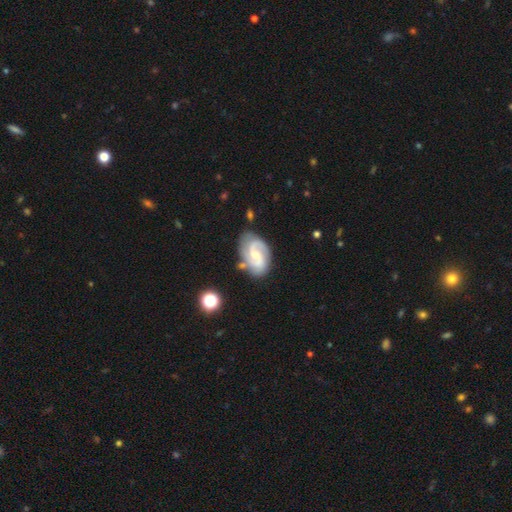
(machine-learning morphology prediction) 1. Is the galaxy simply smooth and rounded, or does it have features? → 85% featured or disk, 10% smooth, 5% star or artifact.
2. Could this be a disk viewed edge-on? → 97% no, 3% yes.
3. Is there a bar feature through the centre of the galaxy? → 49% weak, 40% no, 11% strong.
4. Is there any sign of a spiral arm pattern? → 96% yes, 4% no.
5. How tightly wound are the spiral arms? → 52% medium, 26% tight, 22% loose.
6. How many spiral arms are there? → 86% 2, 6% can't tell, 4% 3, 2% 1, 1% 4, 1% more than 4.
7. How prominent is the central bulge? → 54% small, 40% moderate, 3% none, 2% large, 1% dominant.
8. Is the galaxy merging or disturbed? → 72% none, 18% minor disturbance, 5% major disturbance, 5% merger.